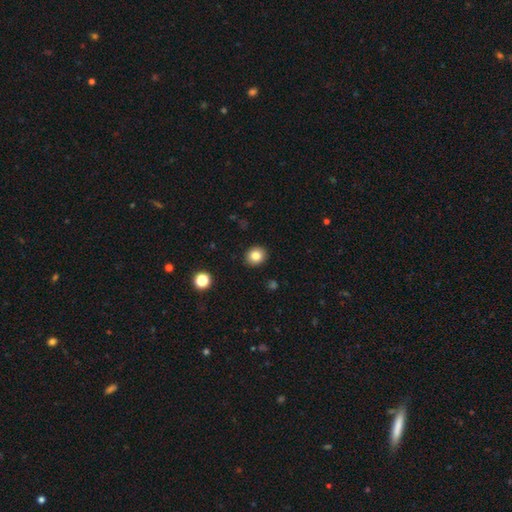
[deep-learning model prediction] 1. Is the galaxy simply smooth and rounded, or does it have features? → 83% smooth, 11% star or artifact, 7% featured or disk.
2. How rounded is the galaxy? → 76% round, 23% in between, 1% cigar-shaped.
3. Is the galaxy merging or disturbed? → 91% none, 6% minor disturbance, 2% major disturbance, 1% merger.